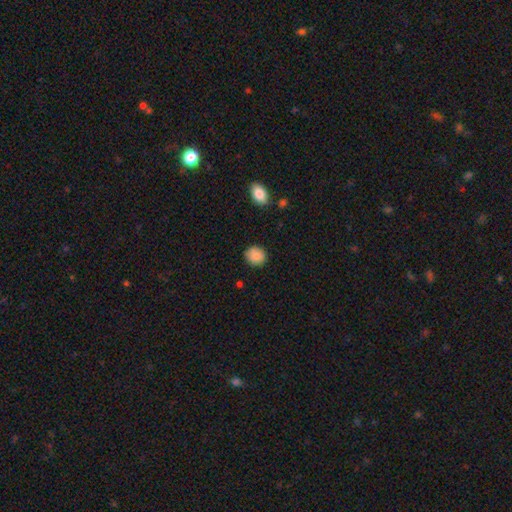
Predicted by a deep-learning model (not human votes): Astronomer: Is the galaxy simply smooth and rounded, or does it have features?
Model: smooth — 87%.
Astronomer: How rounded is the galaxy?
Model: round — 80%.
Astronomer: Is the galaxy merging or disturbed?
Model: none — 82%.